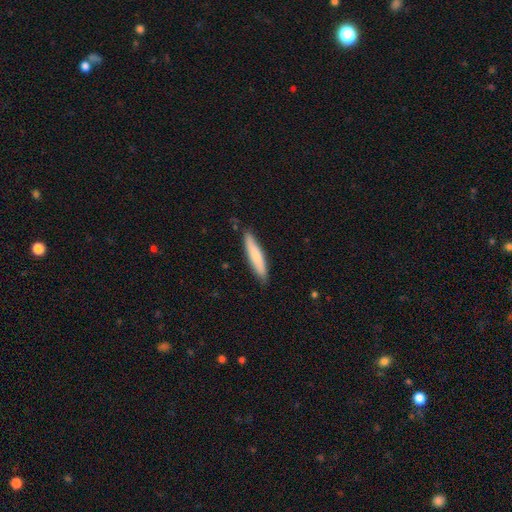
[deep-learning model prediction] smooth 74%, featured or disk 21%, star or artifact 5%. Down the decision tree: how rounded — cigar-shaped (87%); merging — none (85%).